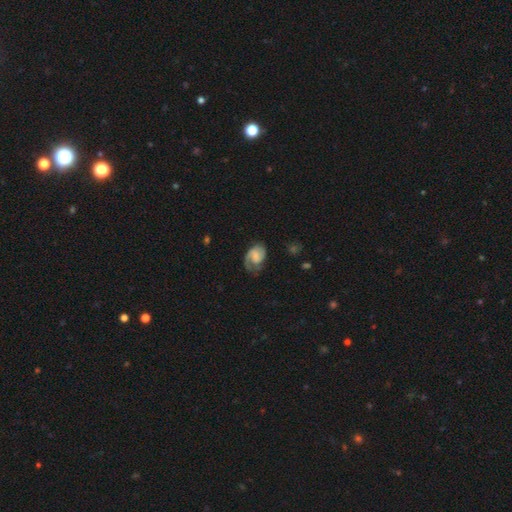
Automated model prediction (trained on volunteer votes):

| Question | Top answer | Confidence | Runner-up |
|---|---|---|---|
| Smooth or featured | featured or disk | 66% | smooth (27%) |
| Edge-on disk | no | 97% | yes (3%) |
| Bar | weak | 45% | no (43%) |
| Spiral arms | yes | 91% | no (9%) |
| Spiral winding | medium | 43% | tight (34%) |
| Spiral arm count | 2 | 52% | 1 (37%) |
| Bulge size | small | 35% | none (32%) |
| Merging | none | 51% | minor disturbance (26%) |